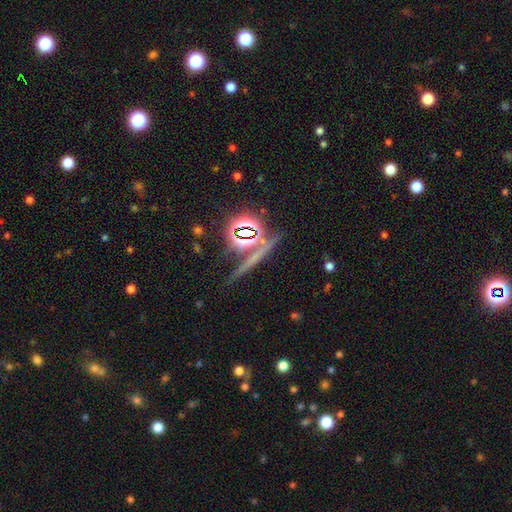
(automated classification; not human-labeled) This is possibly a star or artifact rather than a galaxy (59%).